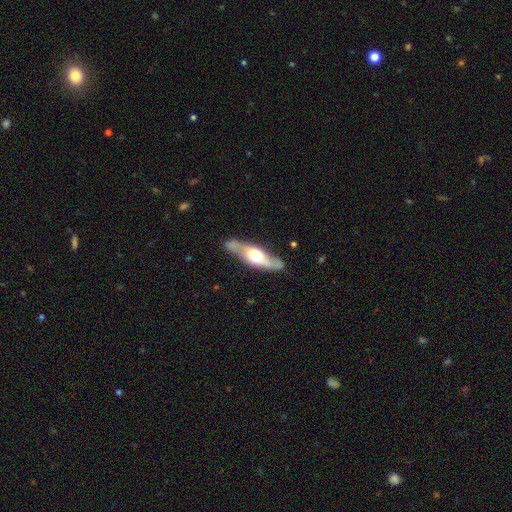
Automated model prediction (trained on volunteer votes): This appears to be a featured or disk galaxy (75%) viewed edge-on (62%). Merging: none (78%).